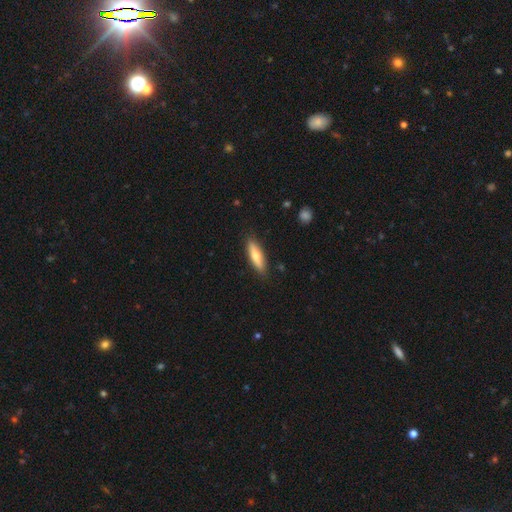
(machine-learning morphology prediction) smooth 63%, featured or disk 31%, star or artifact 6%. Down the decision tree: how rounded — cigar-shaped (66%); merging — none (88%).